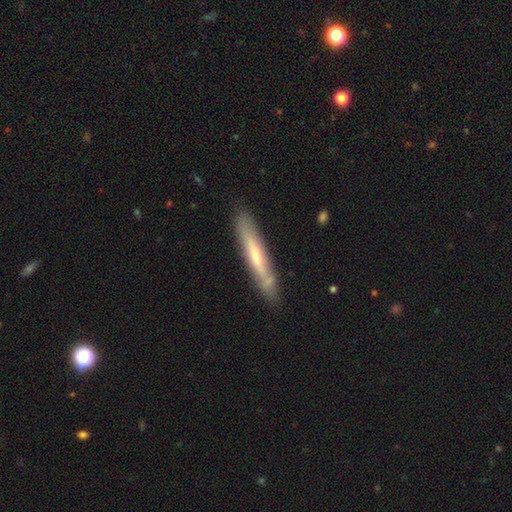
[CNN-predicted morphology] A featured or disk galaxy (50%) viewed edge-on (80%).

Vote fractions:
- Smooth or featured? featured or disk: 50% / smooth: 43% / star or artifact: 6%
- Edge-on disk? yes: 80% / no: 20%
- Merging? none: 81% / minor disturbance: 14% / merger: 3% / major disturbance: 2%